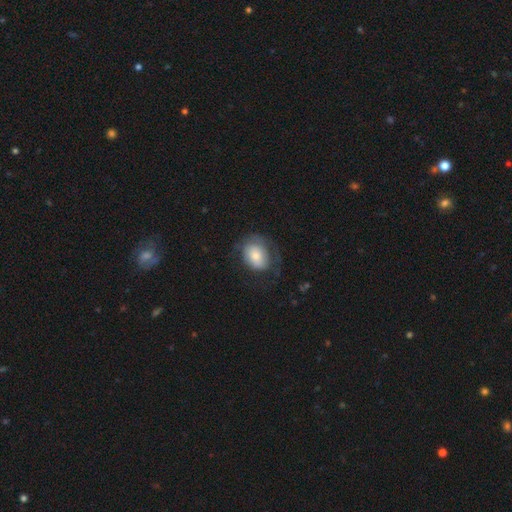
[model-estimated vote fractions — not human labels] Overall: smooth (67%). How rounded: in between (69%; round 30%). Merging: none (50%; minor disturbance 25%).